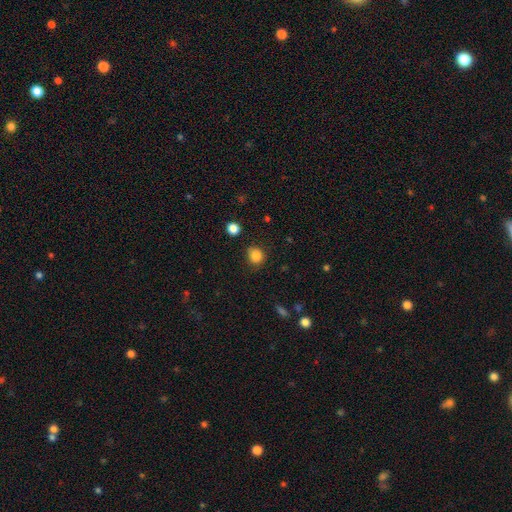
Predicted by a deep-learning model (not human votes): The model was most divided on "how rounded": round: 81%, in between: 18%, cigar-shaped: 1%. More confident: smooth or featured — smooth (85%); merging — none (80%).